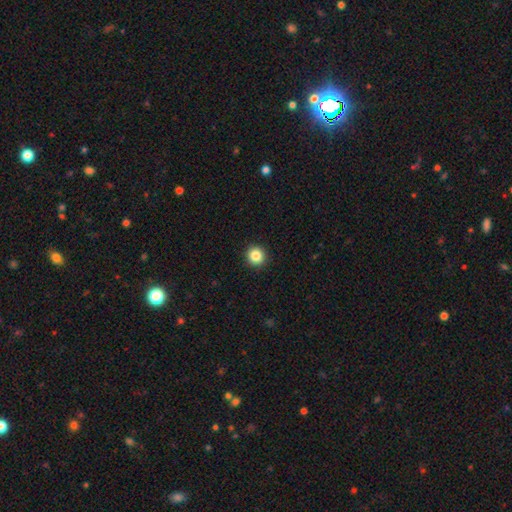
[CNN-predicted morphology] A smooth galaxy with no disk features (85%) that is round (94%). Merging: none (93%).